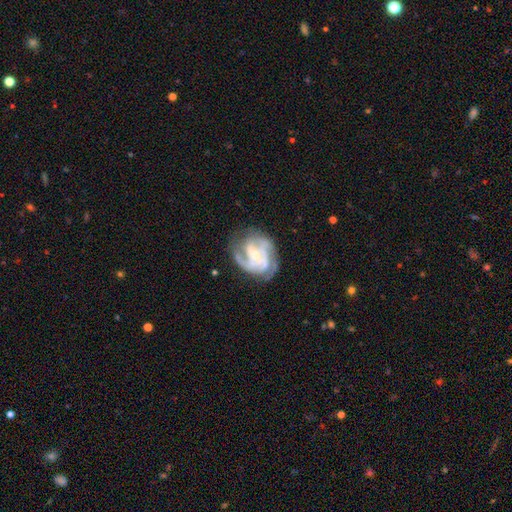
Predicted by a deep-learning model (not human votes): Morphology: type=featured or disk (87%); edge-on=no (98%); bar=no (50%); spiral arms=yes (96%); winding=tight (48%); arm count=3 (41%); bulge=small (67%); merging=none (64%).